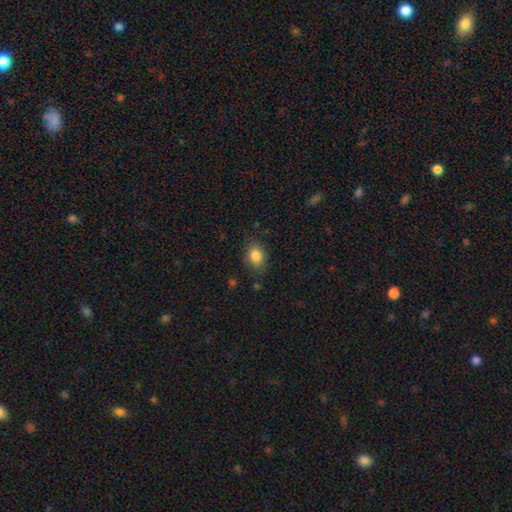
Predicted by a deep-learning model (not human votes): Smooth or featured? smooth (84%)
How rounded? in between (70%)
Merging? none (75%)